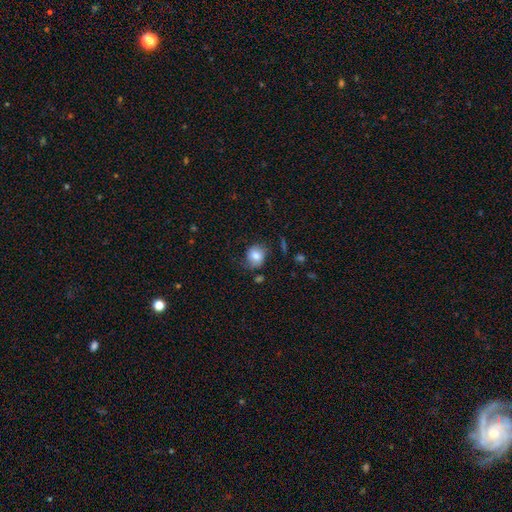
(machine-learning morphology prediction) The model was most divided on "how rounded": round: 69%, in between: 30%, cigar-shaped: 1%. More confident: smooth or featured — smooth (77%); merging — none (68%).